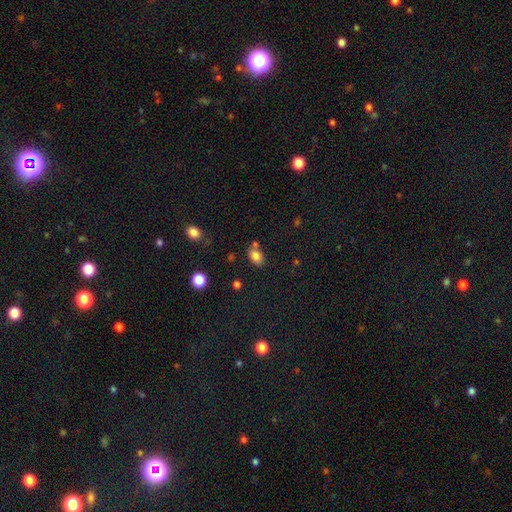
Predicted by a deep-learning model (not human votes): This is clearly a smooth galaxy (81%). How rounded: clearly in between (80%). Merging: likely none (66%).